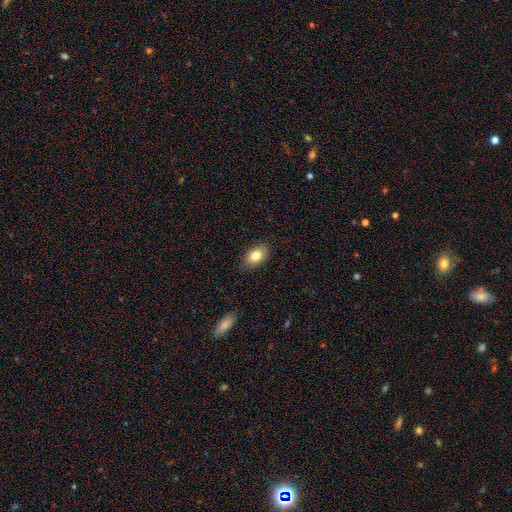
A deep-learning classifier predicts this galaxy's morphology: A smooth galaxy with no disk features (82%) that is in between round and cigar-shaped (88%).

Vote fractions:
- Smooth or featured? smooth: 82% / featured or disk: 10% / star or artifact: 8%
- How rounded? in between: 88% / round: 10% / cigar-shaped: 2%
- Merging? none: 85% / minor disturbance: 11% / major disturbance: 2% / merger: 1%